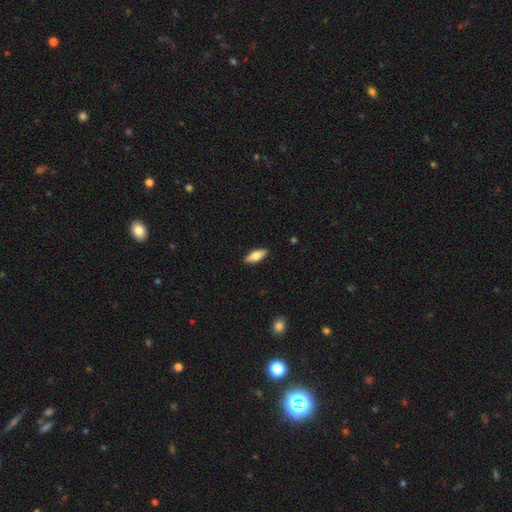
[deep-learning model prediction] Morphology: type=smooth (74%); roundness=in between (72%); merging=none (89%).